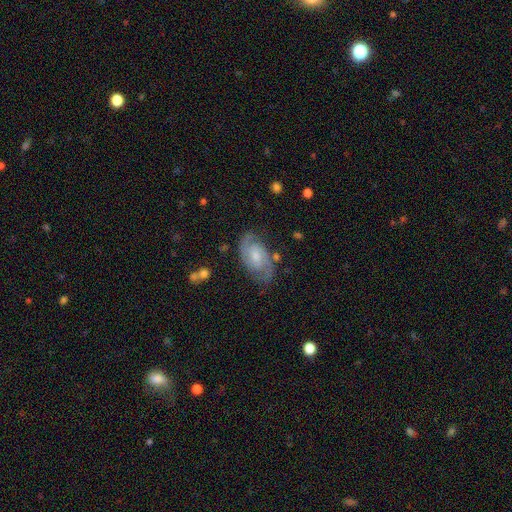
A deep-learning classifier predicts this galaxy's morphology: This appears to be a featured or disk galaxy (80%) with no bar (51%), 2 (87%) medium (47%) spiral arms (95%) and a small central bulge (48%). Merging: none (75%).